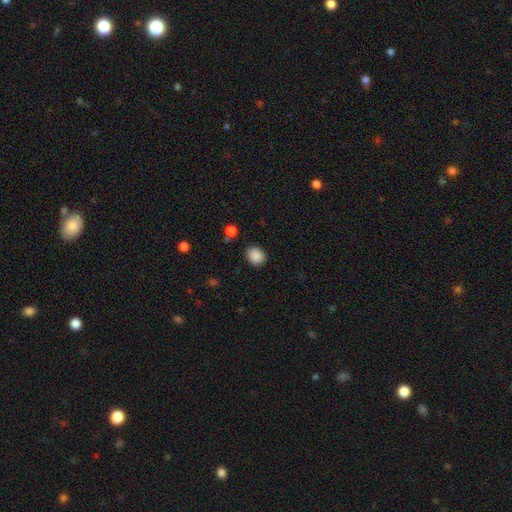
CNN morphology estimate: Q: Smooth or featured?
A: smooth (88%); runner-up: star or artifact (9%)
Q: How rounded?
A: round (61%); runner-up: in between (38%)
Q: Merging?
A: none (86%); runner-up: minor disturbance (9%)